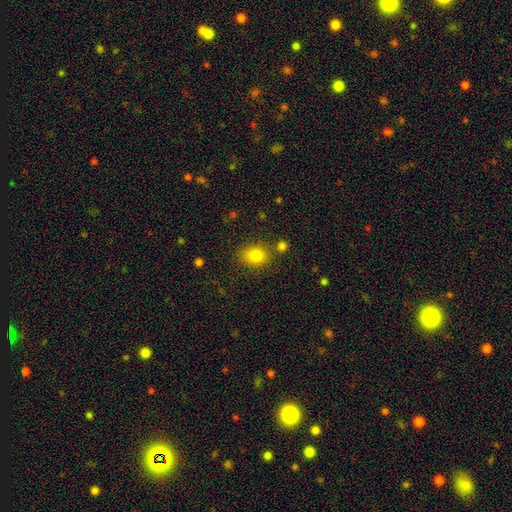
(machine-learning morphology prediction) smooth-or-featured: smooth: 81% | star or artifact: 11% | featured or disk: 8%
  how-rounded: in between: 54% | round: 45% | cigar-shaped: 1%
  merging: none: 77% | minor disturbance: 12% | merger: 7% | major disturbance: 4%